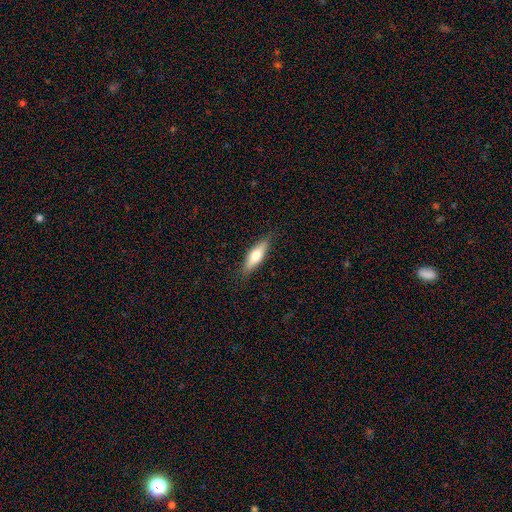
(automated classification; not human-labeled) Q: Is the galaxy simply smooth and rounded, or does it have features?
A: smooth — 62%.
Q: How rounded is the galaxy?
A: cigar-shaped — 50%.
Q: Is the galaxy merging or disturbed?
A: none — 86%.